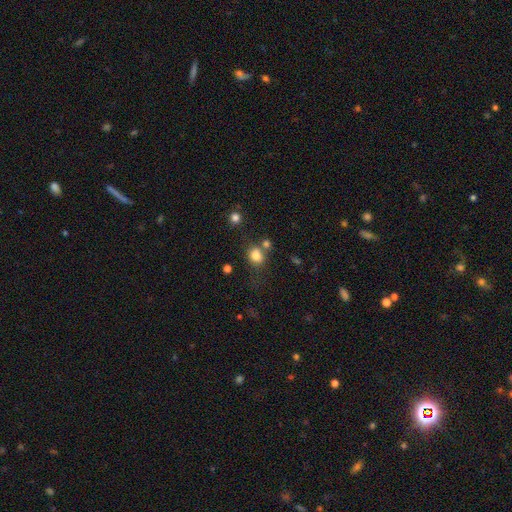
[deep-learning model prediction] Smooth or featured? Predicted: smooth (p=0.80). How rounded? Predicted: round (p=0.67). Merging? Predicted: none (p=0.59).